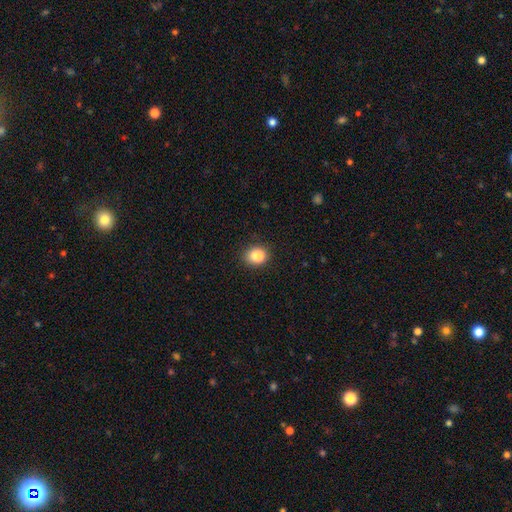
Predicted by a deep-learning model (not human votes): Smooth or featured: smooth — 83% (star or artifact — 11%)
How rounded: round — 68% (in between — 31%)
Merging: none — 89% (minor disturbance — 8%)